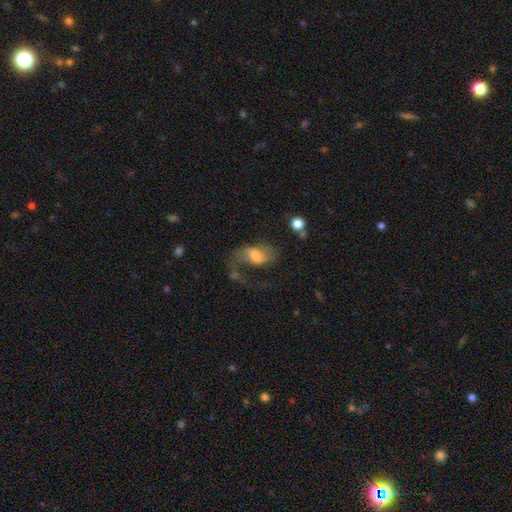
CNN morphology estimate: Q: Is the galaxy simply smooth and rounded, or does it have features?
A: featured or disk — 46%.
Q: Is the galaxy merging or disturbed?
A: major disturbance — 53%.